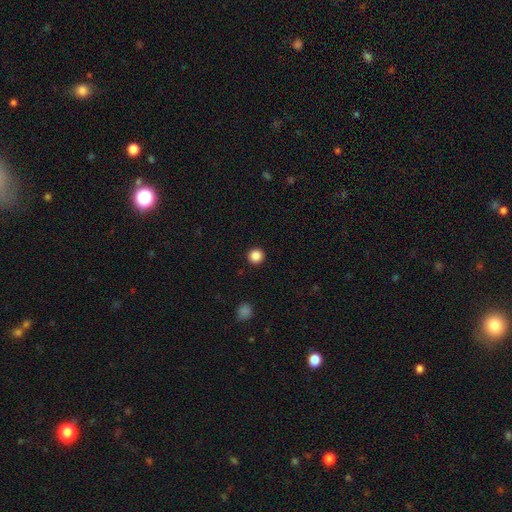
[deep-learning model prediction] smooth_or_featured: smooth (p=0.86) [alt: star or artifact p=0.11]
how_rounded: round (p=0.96) [alt: in between p=0.03]
merging: none (p=0.93) [alt: minor disturbance p=0.04]